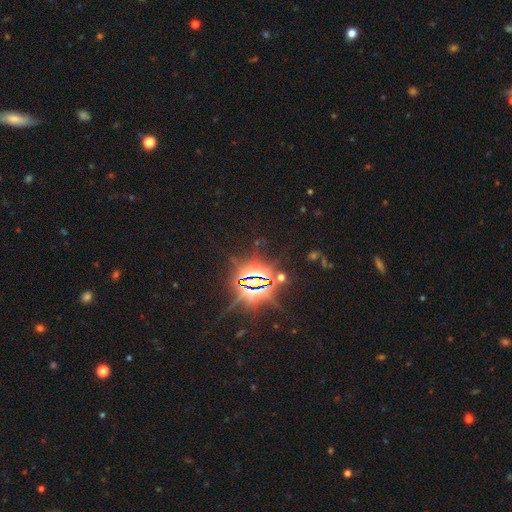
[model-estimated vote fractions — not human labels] This is clearly a star or artifact rather than a galaxy (86%).